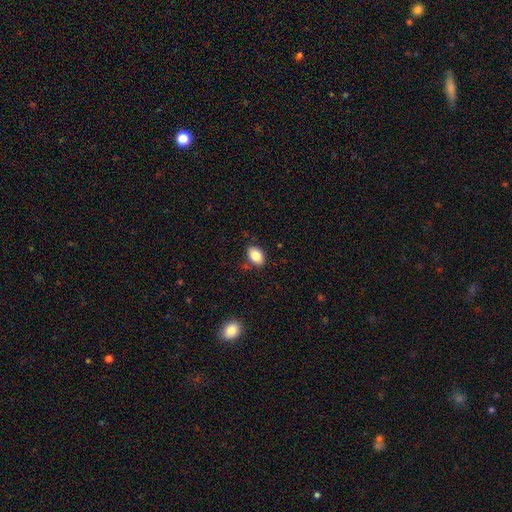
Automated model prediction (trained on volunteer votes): A smooth galaxy with no disk features (85%) that is in between round and cigar-shaped (86%).

Vote fractions:
- Smooth or featured? smooth: 85% / star or artifact: 8% / featured or disk: 7%
- How rounded? in between: 86% / round: 12% / cigar-shaped: 1%
- Merging? none: 82% / minor disturbance: 13% / major disturbance: 3% / merger: 3%